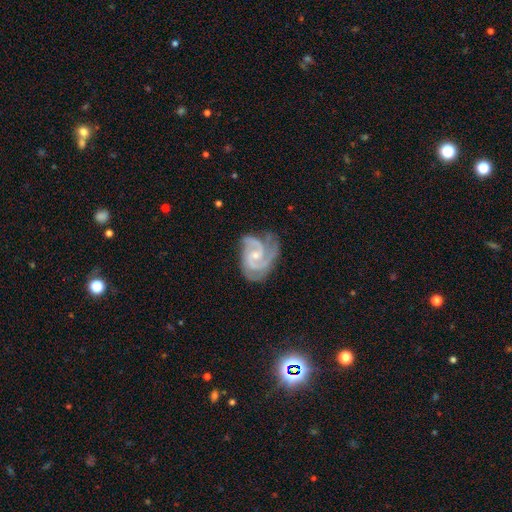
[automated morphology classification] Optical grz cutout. It shows a featured or disk galaxy (91%) with no bar (55%), 2 (45%) medium (49%) spiral arms (98%) and a small central bulge (62%). Merging: none (59%).